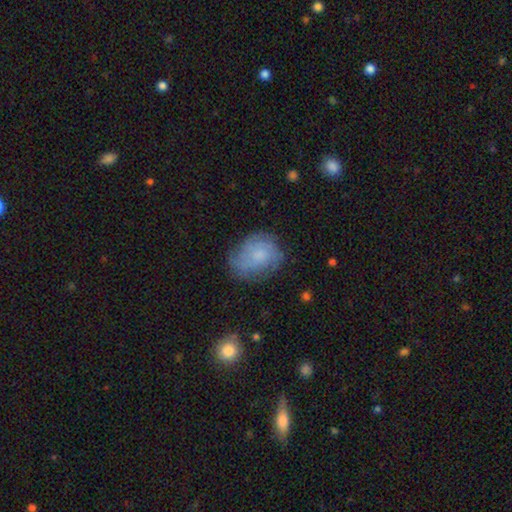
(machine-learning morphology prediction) Q: Smooth or featured?
A: smooth (52%); runner-up: featured or disk (39%)
Q: How rounded?
A: in between (52%); runner-up: round (47%)
Q: Merging?
A: none (61%); runner-up: minor disturbance (26%)